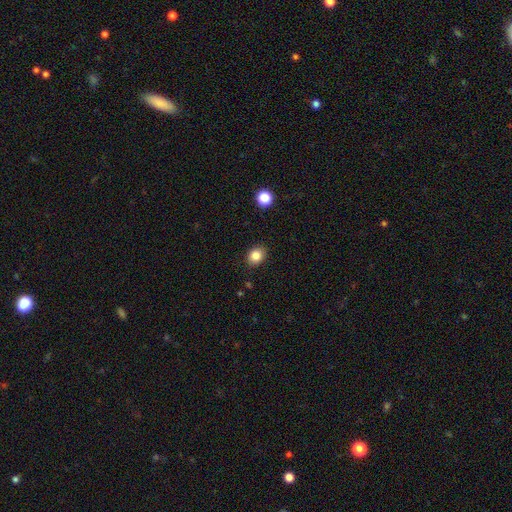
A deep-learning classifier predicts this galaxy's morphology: This is clearly a smooth galaxy (83%). How rounded: possibly round (54%). Merging: clearly none (88%).